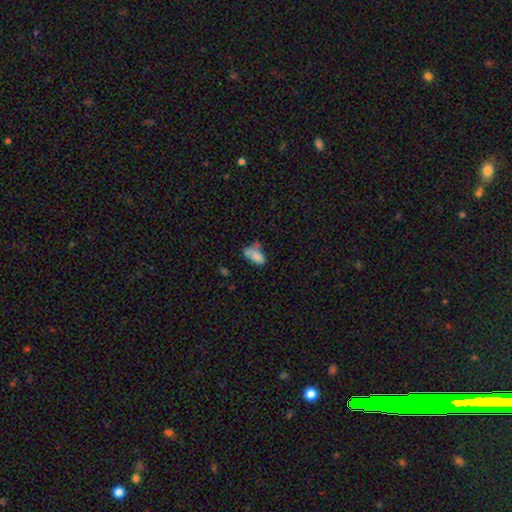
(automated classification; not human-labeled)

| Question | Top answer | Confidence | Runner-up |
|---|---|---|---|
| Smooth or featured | smooth | 74% | featured or disk (16%) |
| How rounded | in between | 90% | round (6%) |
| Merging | none | 32% | merger (27%) |